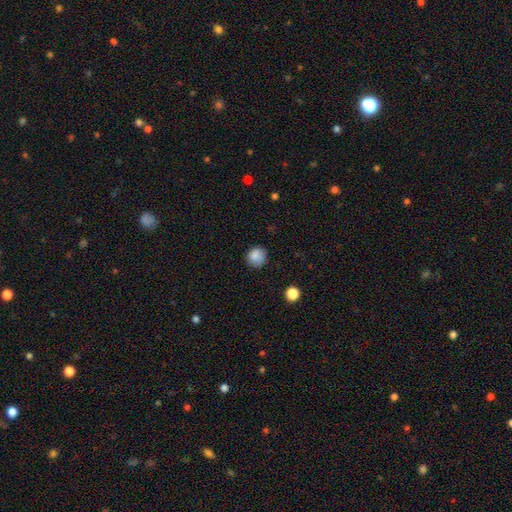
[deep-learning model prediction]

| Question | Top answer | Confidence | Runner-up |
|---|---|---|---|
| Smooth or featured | smooth | 86% | star or artifact (9%) |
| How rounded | round | 85% | in between (14%) |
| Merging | none | 77% | minor disturbance (17%) |